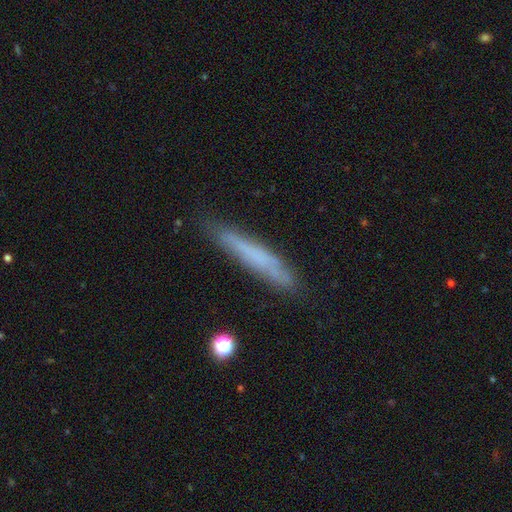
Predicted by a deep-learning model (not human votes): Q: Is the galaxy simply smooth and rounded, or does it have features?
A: smooth — 55%.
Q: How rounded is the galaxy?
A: cigar-shaped — 93%.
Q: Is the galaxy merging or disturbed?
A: none — 78%.